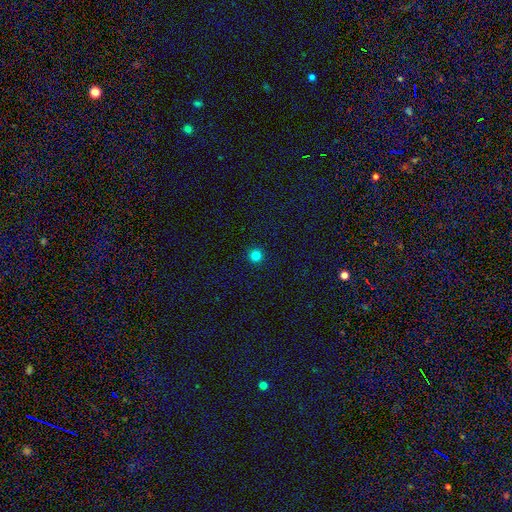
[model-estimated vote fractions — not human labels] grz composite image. It shows a smooth galaxy with no disk features (82%) that is round (96%). Merging: none (94%).